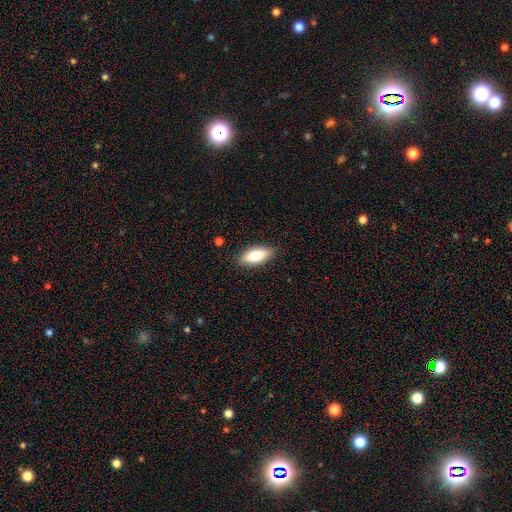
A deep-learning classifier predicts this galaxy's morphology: type=smooth (75%); roundness=in between (80%); merging=none (87%).